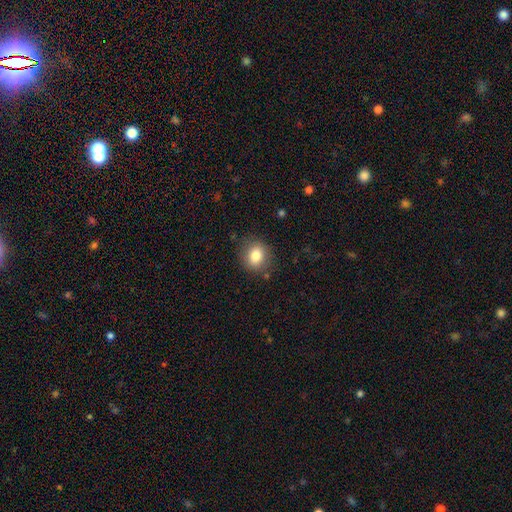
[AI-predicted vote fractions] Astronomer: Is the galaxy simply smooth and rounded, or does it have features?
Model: smooth — 82%.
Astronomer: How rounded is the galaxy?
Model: round — 66%.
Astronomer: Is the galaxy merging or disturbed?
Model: none — 84%.